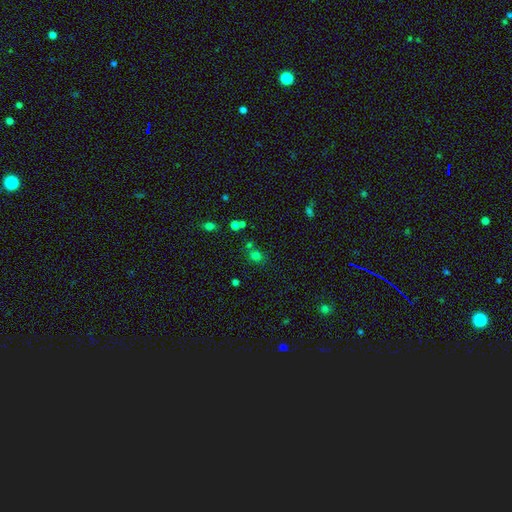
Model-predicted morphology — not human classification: Q: Smooth or featured?
A: smooth (68%); runner-up: star or artifact (25%)
Q: How rounded?
A: round (77%); runner-up: in between (22%)
Q: Merging?
A: none (67%); runner-up: merger (17%)